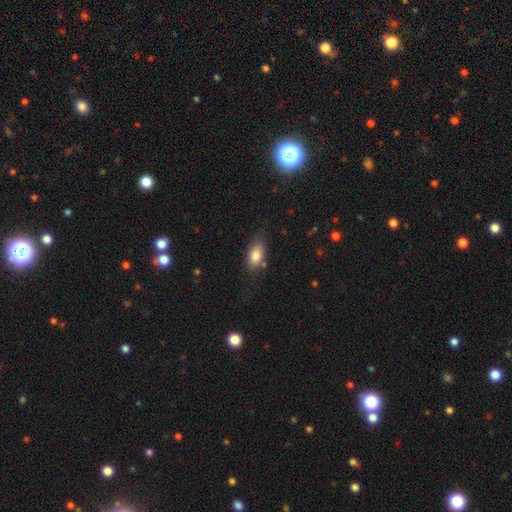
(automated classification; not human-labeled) Overall: smooth (83%). How rounded: in between (89%). Merging: none (71%).